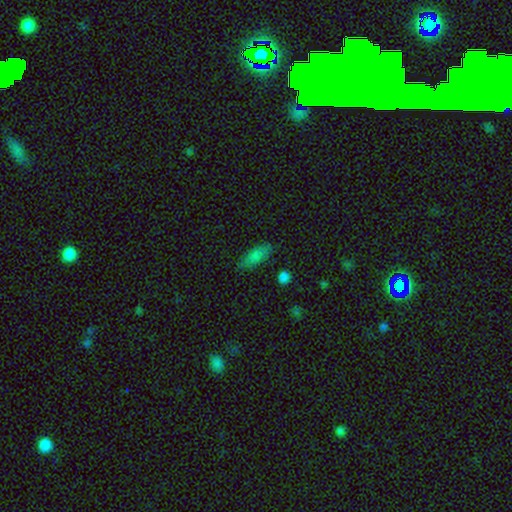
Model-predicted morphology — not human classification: A smooth galaxy with no disk features (79%) that is in between round and cigar-shaped (74%). Merging: none (77%).